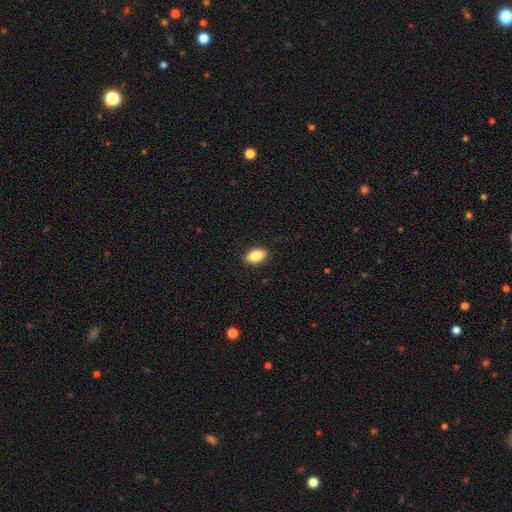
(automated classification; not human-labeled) This is clearly a smooth galaxy (86%). How rounded: clearly in between (90%). Merging: clearly none (89%).